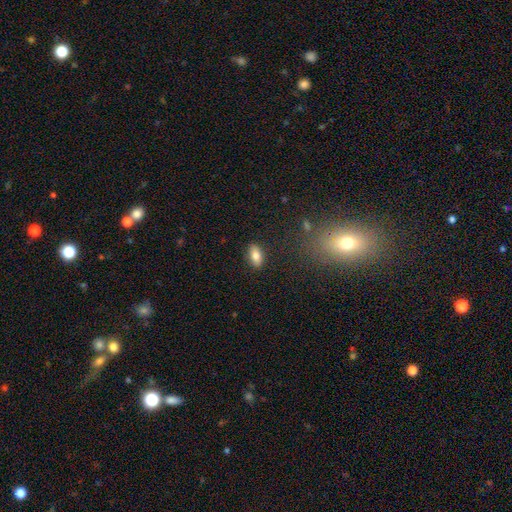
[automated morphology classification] Smooth or featured: smooth — 80% (featured or disk — 12%)
How rounded: in between — 88% (cigar-shaped — 7%)
Merging: none — 88% (minor disturbance — 9%)